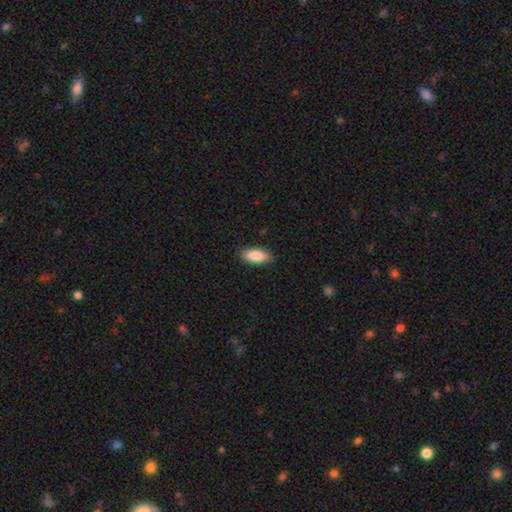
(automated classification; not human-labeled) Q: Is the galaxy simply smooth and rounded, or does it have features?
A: smooth — 86%.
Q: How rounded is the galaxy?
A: in between — 86%.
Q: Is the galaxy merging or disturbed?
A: none — 89%.